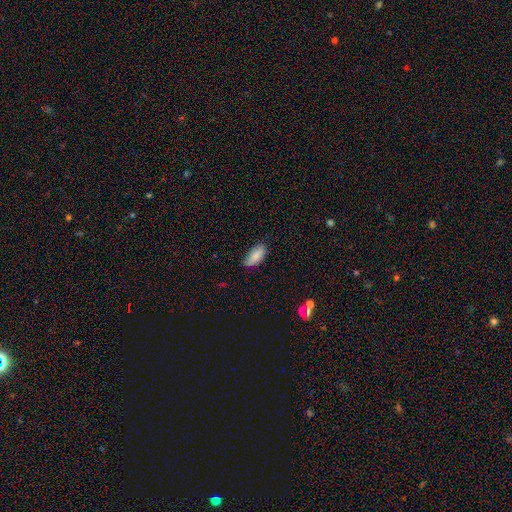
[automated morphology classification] smooth-or-featured: smooth: 84% | featured or disk: 9% | star or artifact: 7%
  how-rounded: in between: 87% | cigar-shaped: 10% | round: 2%
  merging: none: 72% | minor disturbance: 23% | major disturbance: 3% | merger: 1%